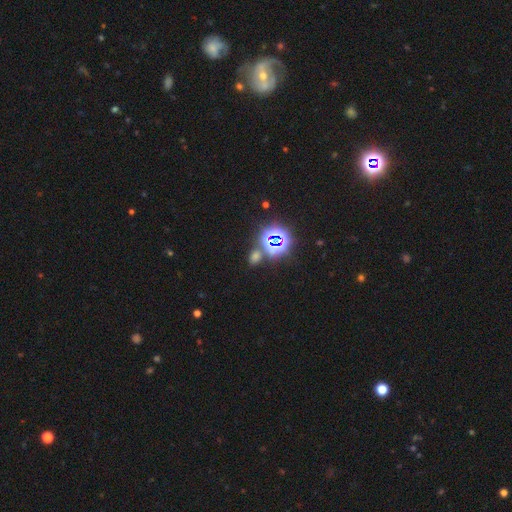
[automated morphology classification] The model was most divided on "smooth or featured": star or artifact: 50%, smooth: 43%, featured or disk: 7%.